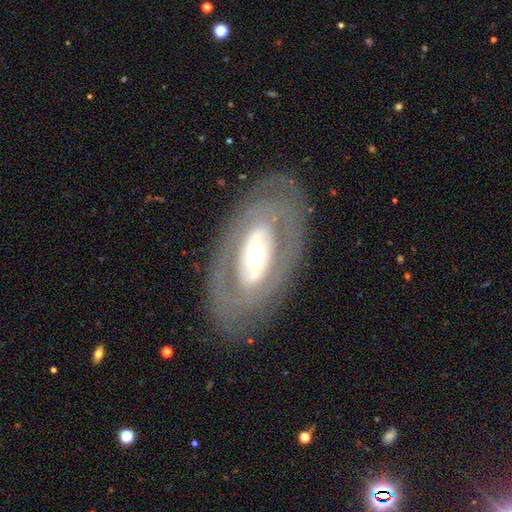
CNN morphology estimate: A featured or disk galaxy (72%) with no bar (62%), no spiral arms (66%) and a moderate central bulge (58%). Merging: none (82%).